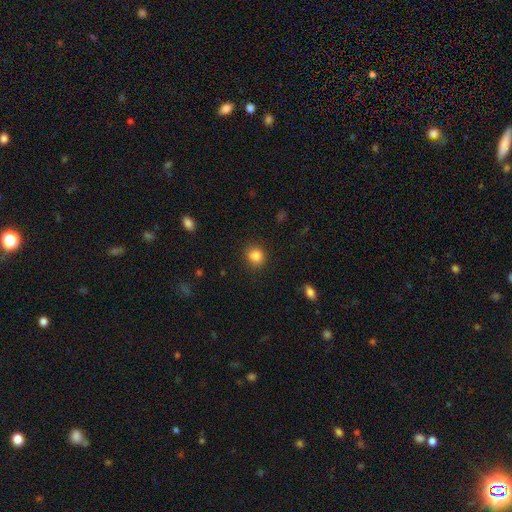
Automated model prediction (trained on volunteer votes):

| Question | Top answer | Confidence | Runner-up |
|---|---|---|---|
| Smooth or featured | smooth | 85% | star or artifact (11%) |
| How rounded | round | 76% | in between (23%) |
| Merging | none | 85% | minor disturbance (10%) |